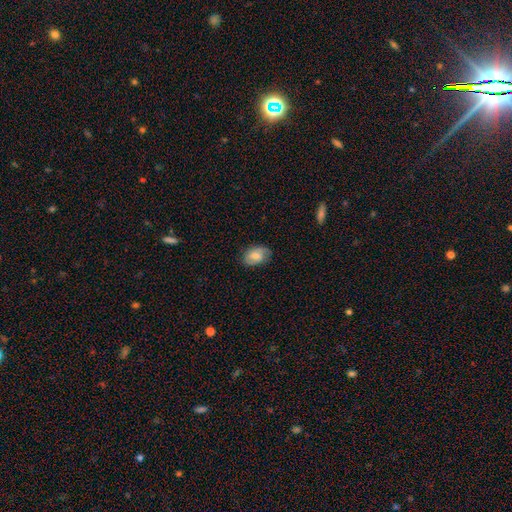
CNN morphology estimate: Smooth or featured?
  - smooth: 59% *
  - featured or disk: 33%
  - star or artifact: 8%
How rounded?
  - in between: 85% *
  - round: 14%
  - cigar-shaped: 2%
Merging?
  - none: 75% *
  - minor disturbance: 19%
  - major disturbance: 5%
  - merger: 1%